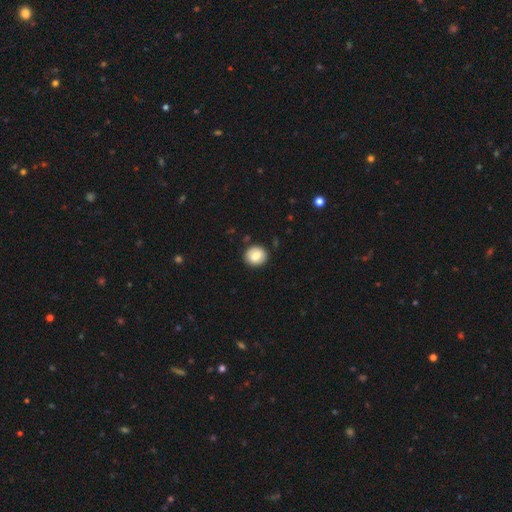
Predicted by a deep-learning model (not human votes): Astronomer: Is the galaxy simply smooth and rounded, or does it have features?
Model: smooth — 78%.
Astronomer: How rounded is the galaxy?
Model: round — 84%.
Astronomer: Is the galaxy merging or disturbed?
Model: none — 88%.